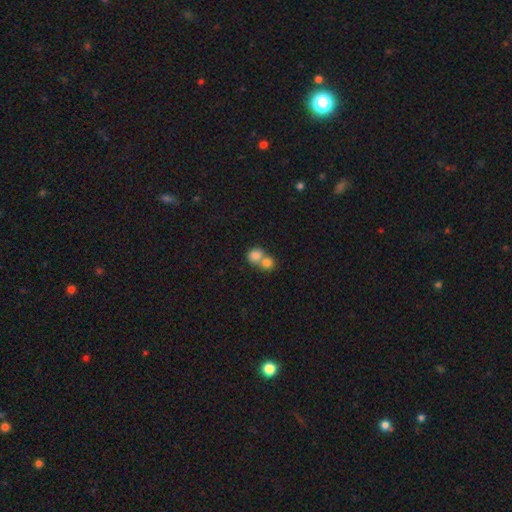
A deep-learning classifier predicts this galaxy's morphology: Smooth or featured?
  - smooth: 81% *
  - featured or disk: 10%
  - star or artifact: 9%
How rounded?
  - round: 75% *
  - in between: 24%
  - cigar-shaped: 1%
Merging?
  - merger: 63% *
  - none: 29%
  - minor disturbance: 5%
  - major disturbance: 3%